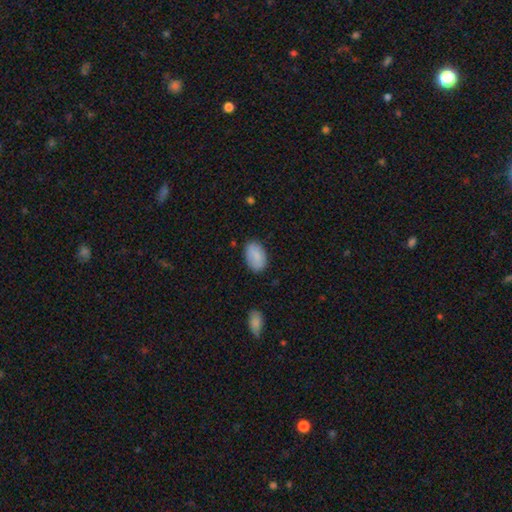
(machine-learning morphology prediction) smooth 85%, featured or disk 9%, star or artifact 6%. Down the decision tree: how rounded — in between (91%); merging — none (83%).